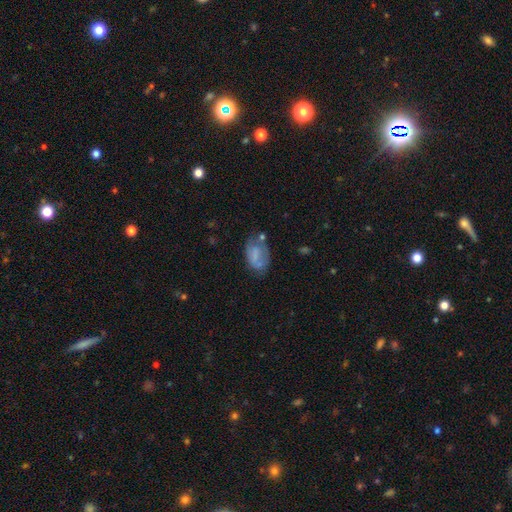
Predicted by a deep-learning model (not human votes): A smooth galaxy with no disk features (57%) that is in between round and cigar-shaped (88%).

Vote fractions:
- Smooth or featured? smooth: 57% / featured or disk: 33% / star or artifact: 10%
- How rounded? in between: 88% / round: 10% / cigar-shaped: 2%
- Merging? none: 46% / minor disturbance: 29% / major disturbance: 16% / merger: 8%